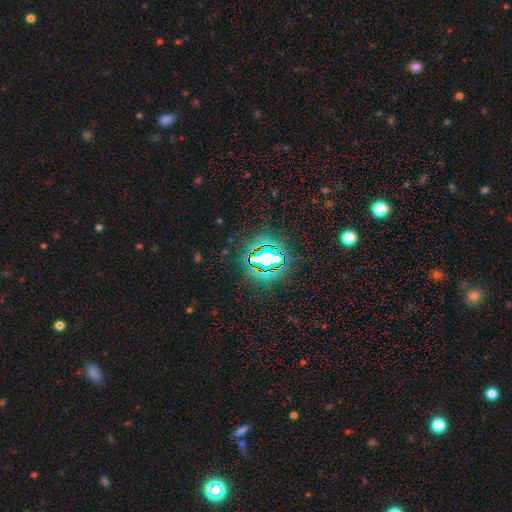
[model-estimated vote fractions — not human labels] smooth-or-featured: star or artifact: 79% | smooth: 13% | featured or disk: 8%